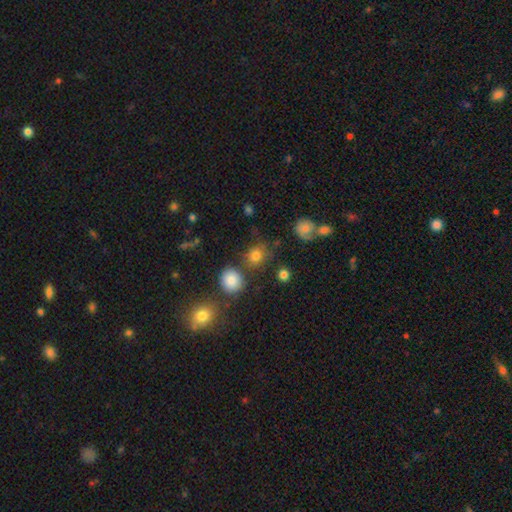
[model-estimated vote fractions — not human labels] Morphology: type=smooth (78%); roundness=round (78%); merging=none (69%).